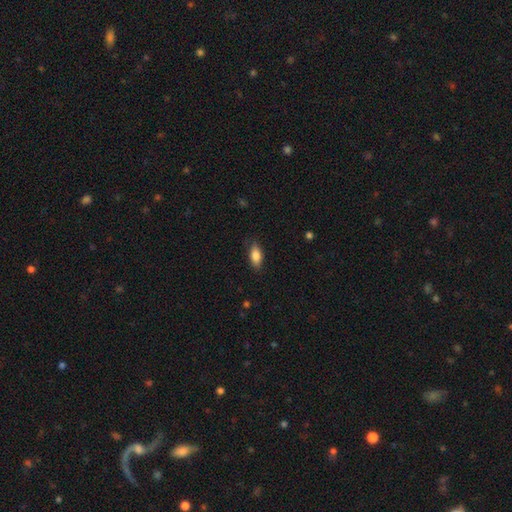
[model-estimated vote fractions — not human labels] smooth_or_featured: smooth (p=0.82) [alt: featured or disk p=0.11]
how_rounded: in between (p=0.85) [alt: cigar-shaped p=0.12]
merging: none (p=0.83) [alt: minor disturbance p=0.13]